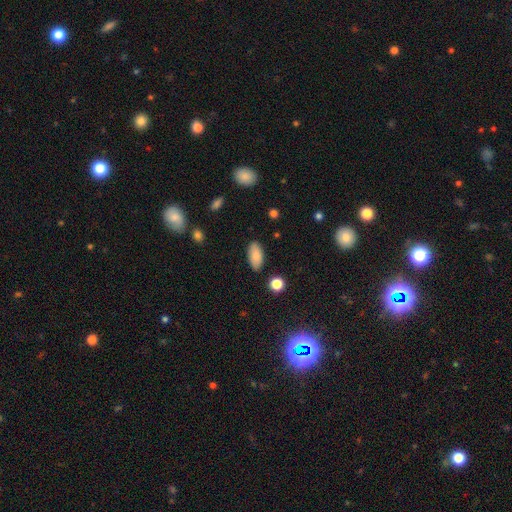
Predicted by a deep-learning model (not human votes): smooth 85%, featured or disk 8%, star or artifact 7%. Down the decision tree: how rounded — in between (91%); merging — none (87%).